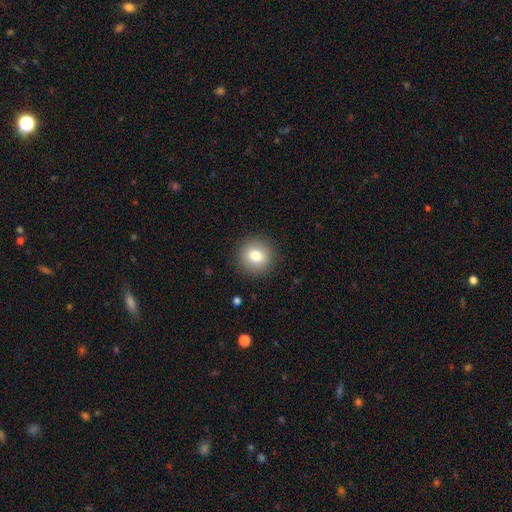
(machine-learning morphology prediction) This appears to be a smooth galaxy with no disk features (79%) that is round (94%). Merging: none (90%).